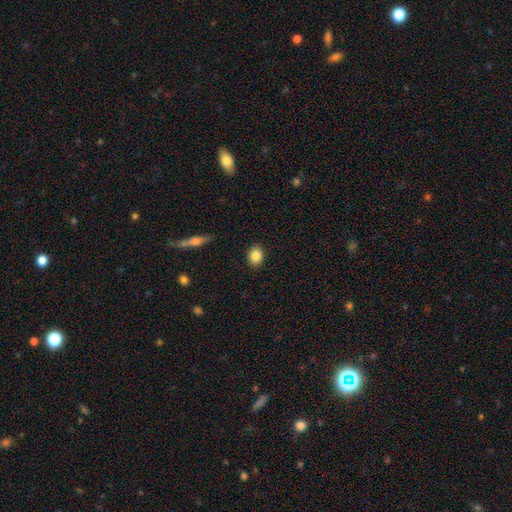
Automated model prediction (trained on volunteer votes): smooth 84%, star or artifact 9%, featured or disk 7%. Down the decision tree: how rounded — in between (54%); merging — none (90%).